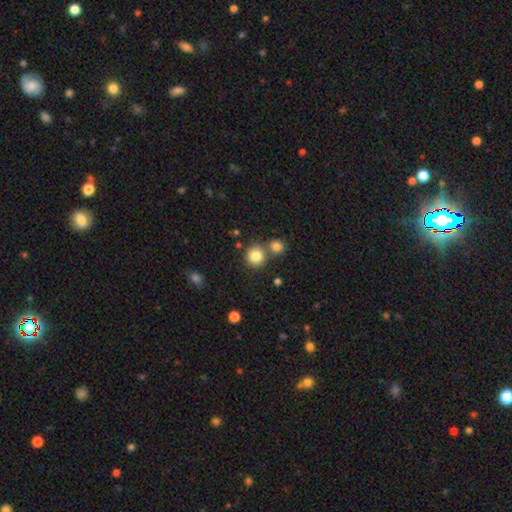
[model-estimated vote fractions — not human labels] smooth 83%, star or artifact 10%, featured or disk 7%. Down the decision tree: how rounded — round (90%); merging — none (67%).